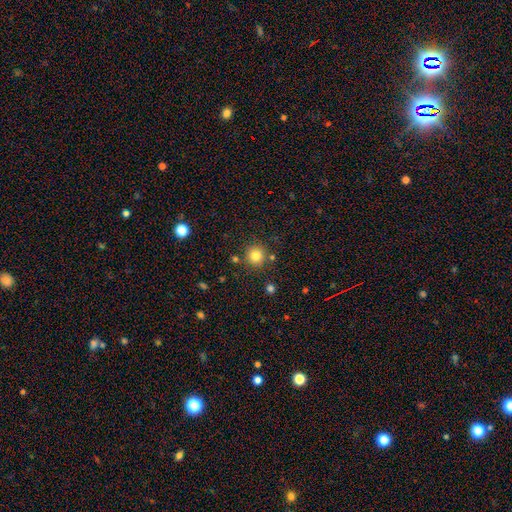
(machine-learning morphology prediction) Smooth or featured: smooth — 81% (star or artifact — 12%)
How rounded: round — 93% (in between — 6%)
Merging: none — 85% (minor disturbance — 8%)